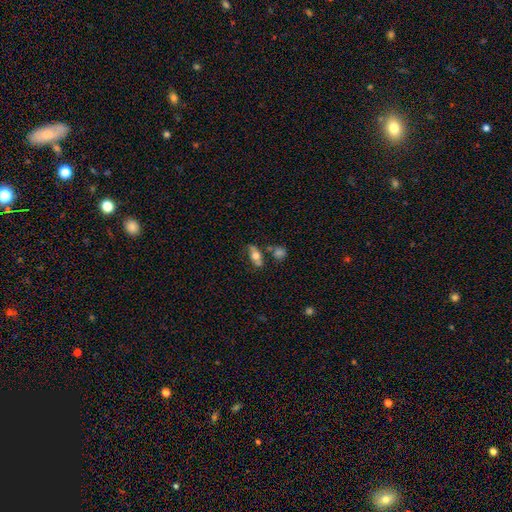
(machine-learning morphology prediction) Smooth or featured?
  - smooth: 59% *
  - featured or disk: 33%
  - star or artifact: 8%
How rounded?
  - in between: 78% *
  - round: 12%
  - cigar-shaped: 9%
Merging?
  - none: 54% *
  - minor disturbance: 22%
  - merger: 16%
  - major disturbance: 8%